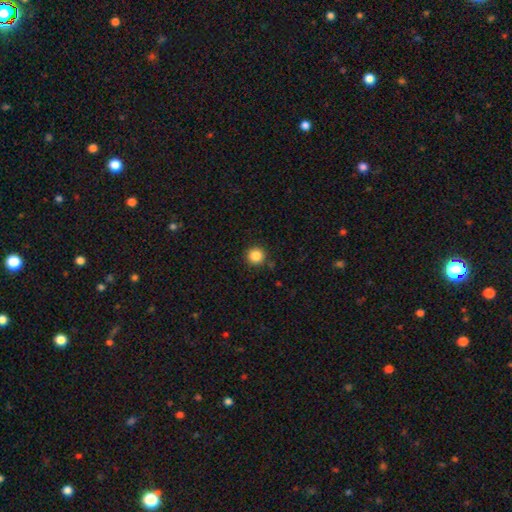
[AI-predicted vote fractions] The model was most divided on "smooth or featured": smooth: 86%, star or artifact: 11%, featured or disk: 3%. More confident: how rounded — round (95%); merging — none (90%).